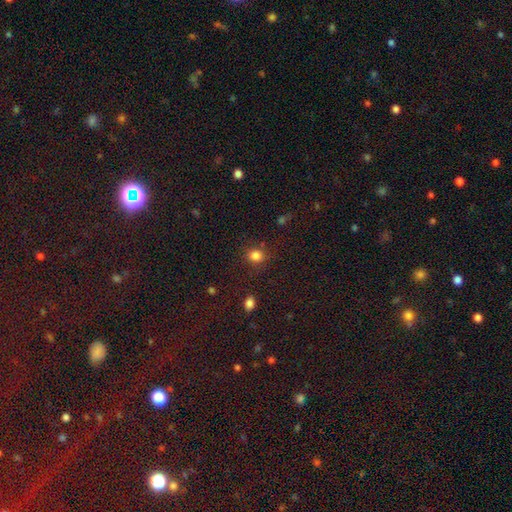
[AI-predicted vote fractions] Smooth or featured?
  - smooth: 83% *
  - star or artifact: 13%
  - featured or disk: 4%
How rounded?
  - round: 76% *
  - in between: 23%
  - cigar-shaped: 1%
Merging?
  - none: 81% *
  - minor disturbance: 12%
  - major disturbance: 4%
  - merger: 3%